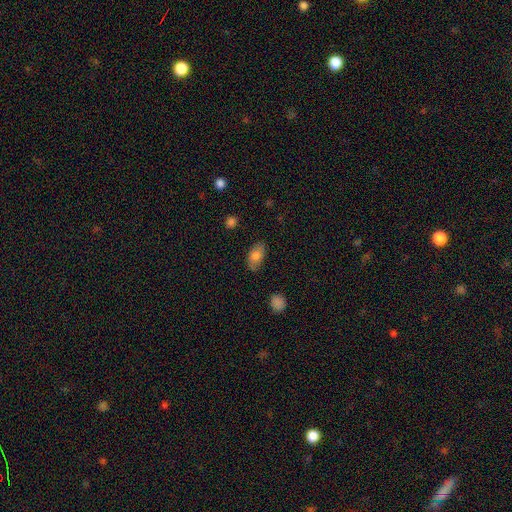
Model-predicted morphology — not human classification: Smooth or featured? Predicted: smooth (p=0.79). How rounded? Predicted: in between (p=0.92). Merging? Predicted: none (p=0.80).